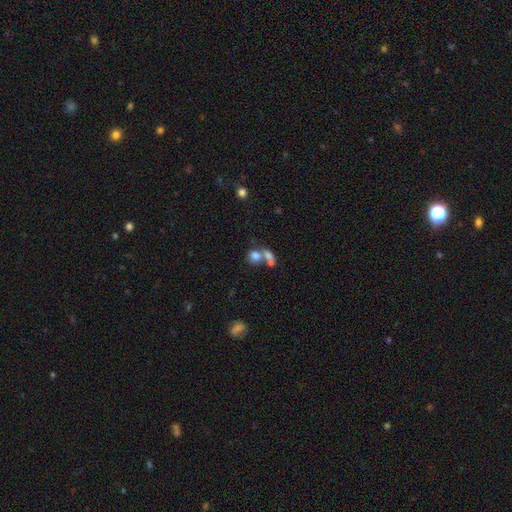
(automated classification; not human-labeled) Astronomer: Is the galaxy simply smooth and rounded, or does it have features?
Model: smooth — 73%.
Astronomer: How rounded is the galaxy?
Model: round — 62%.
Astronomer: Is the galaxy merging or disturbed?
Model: merger — 55% (runner-up: none, 31%).